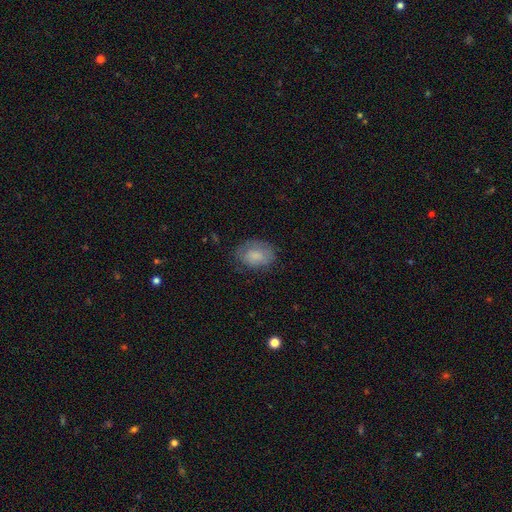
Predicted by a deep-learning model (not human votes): Overall: smooth (74%). How rounded: in between (80%). Merging: none (66%).